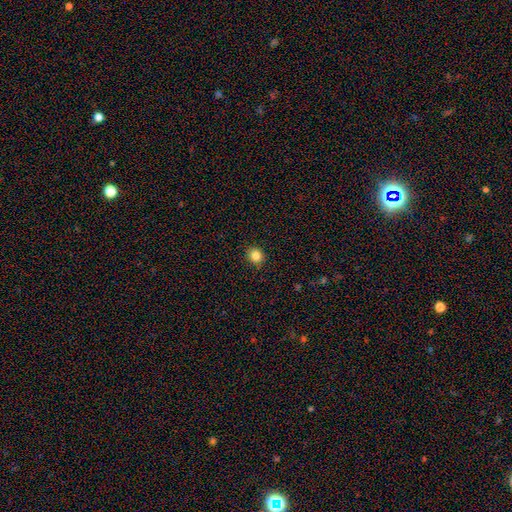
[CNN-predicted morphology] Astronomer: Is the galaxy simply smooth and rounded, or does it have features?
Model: smooth — 85%.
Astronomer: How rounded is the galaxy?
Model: round — 79%.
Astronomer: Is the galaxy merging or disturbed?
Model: none — 91%.